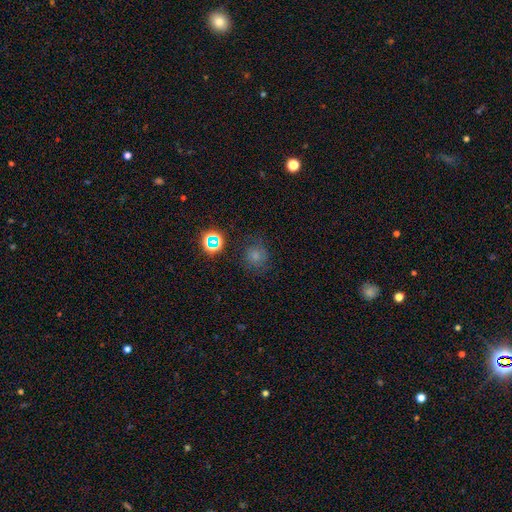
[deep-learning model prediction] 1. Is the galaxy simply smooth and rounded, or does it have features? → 70% smooth, 21% star or artifact, 9% featured or disk.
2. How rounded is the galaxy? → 86% round, 13% in between, 1% cigar-shaped.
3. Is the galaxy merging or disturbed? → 71% none, 18% minor disturbance, 8% major disturbance, 3% merger.